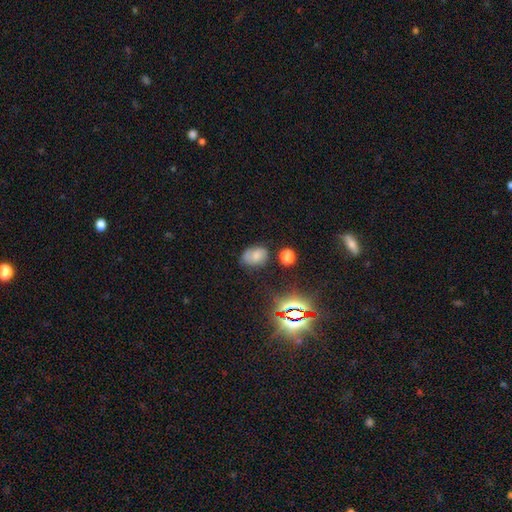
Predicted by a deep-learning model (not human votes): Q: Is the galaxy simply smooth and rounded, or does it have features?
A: smooth — 62%.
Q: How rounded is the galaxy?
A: in between — 75%.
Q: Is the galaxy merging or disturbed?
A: none — 65%.